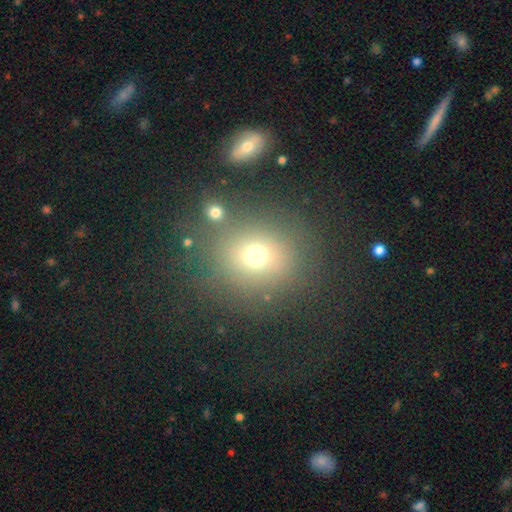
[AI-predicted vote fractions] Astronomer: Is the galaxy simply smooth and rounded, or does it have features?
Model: smooth — 69%.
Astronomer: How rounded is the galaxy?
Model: round — 81%.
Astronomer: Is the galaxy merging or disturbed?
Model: none — 77%.